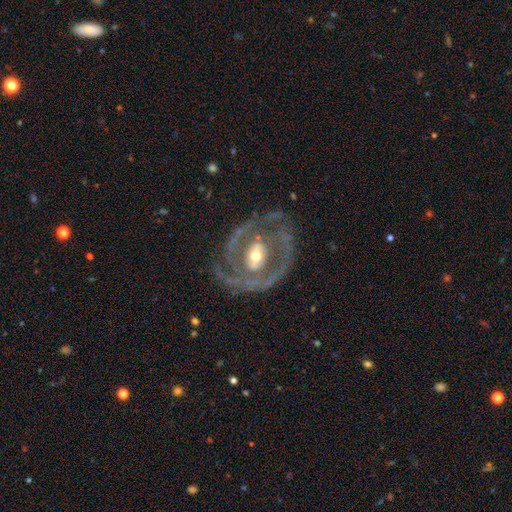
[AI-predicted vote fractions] Q: Smooth or featured?
A: featured or disk (83%); runner-up: smooth (12%)
Q: Edge-on disk?
A: no (96%); runner-up: yes (4%)
Q: Bar?
A: no (40%); runner-up: weak (35%)
Q: Spiral arms?
A: yes (74%); runner-up: no (26%)
Q: Spiral winding?
A: tight (43%); runner-up: medium (40%)
Q: Spiral arm count?
A: 2 (59%); runner-up: can't tell (19%)
Q: Bulge size?
A: moderate (65%); runner-up: small (22%)
Q: Merging?
A: none (67%); runner-up: minor disturbance (17%)